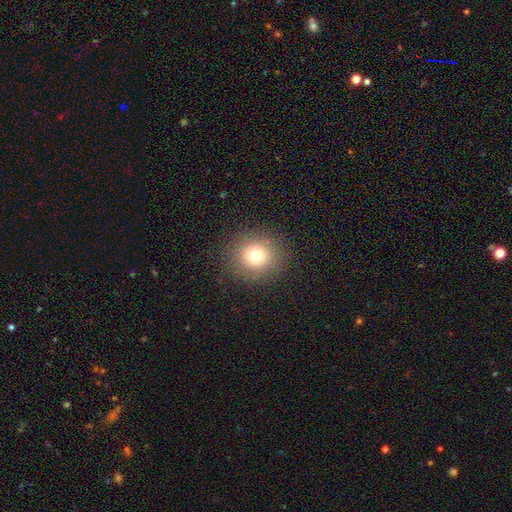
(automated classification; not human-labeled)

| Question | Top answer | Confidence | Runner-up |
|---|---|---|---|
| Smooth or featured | smooth | 73% | star or artifact (15%) |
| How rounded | round | 89% | in between (10%) |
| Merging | none | 88% | minor disturbance (7%) |